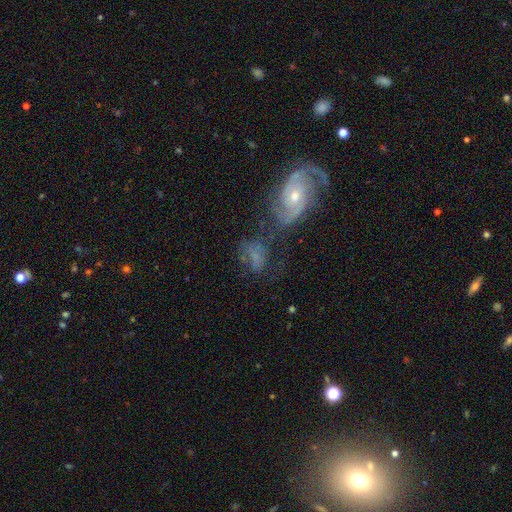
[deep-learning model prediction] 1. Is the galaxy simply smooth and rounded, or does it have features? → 49% featured or disk, 37% smooth, 14% star or artifact.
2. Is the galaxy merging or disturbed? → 37% none, 23% merger, 21% minor disturbance, 20% major disturbance.